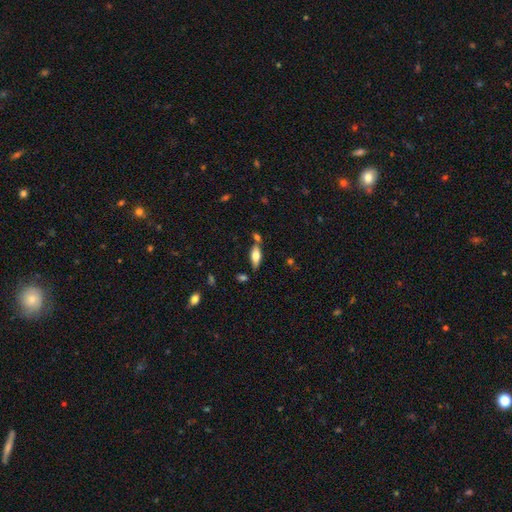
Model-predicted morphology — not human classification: Overall: smooth (62%; featured or disk 31%). How rounded: in between (71%). Merging: none (71%).